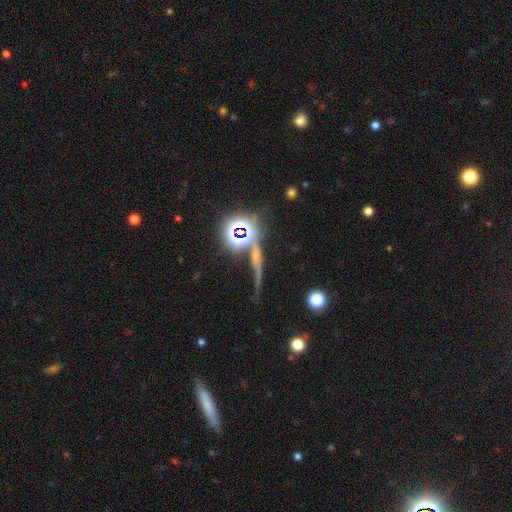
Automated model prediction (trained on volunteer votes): A star or artifact, not a galaxy (50%).